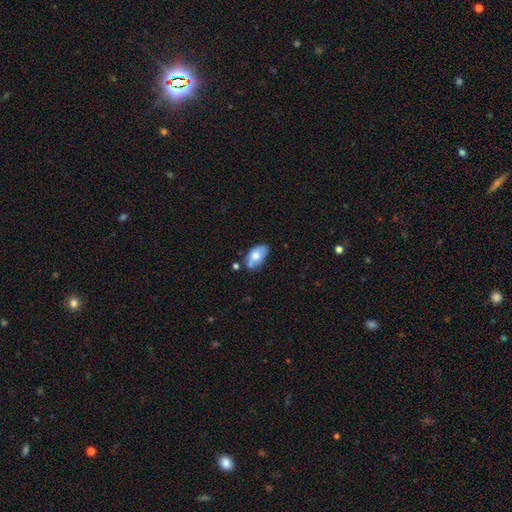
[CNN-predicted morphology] Smooth or featured? Predicted: smooth (p=0.70). How rounded? Predicted: in between (p=0.93). Merging? Predicted: none (p=0.62).